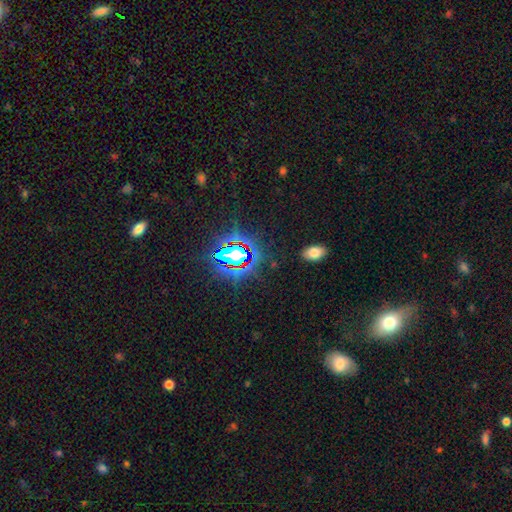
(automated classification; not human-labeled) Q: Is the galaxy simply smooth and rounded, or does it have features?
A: star or artifact — 77%.